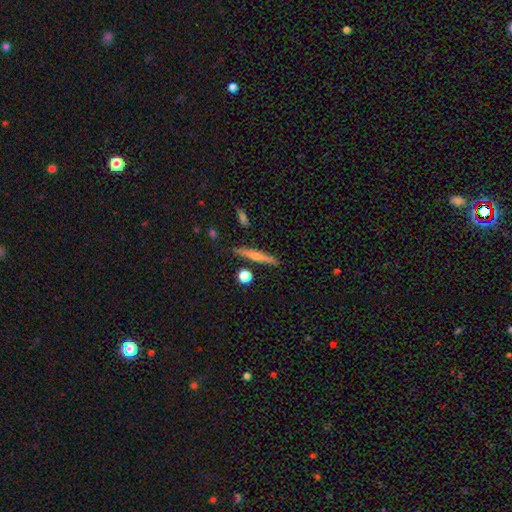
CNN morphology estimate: This is possibly a smooth galaxy (48%). Merging: clearly none (86%).